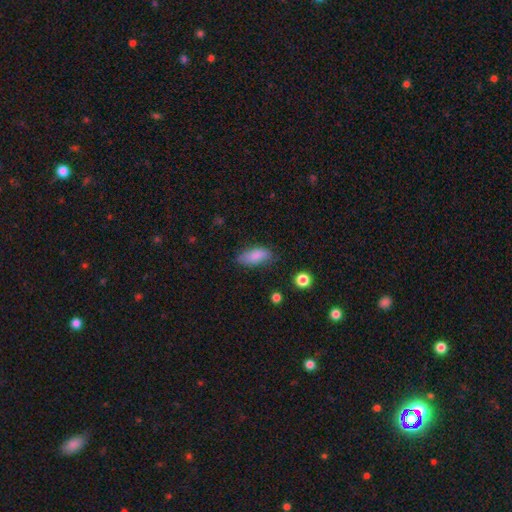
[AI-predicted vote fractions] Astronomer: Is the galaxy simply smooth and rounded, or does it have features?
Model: smooth — 84%.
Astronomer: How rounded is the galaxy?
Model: in between — 83%.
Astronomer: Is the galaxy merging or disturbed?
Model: none — 73%.